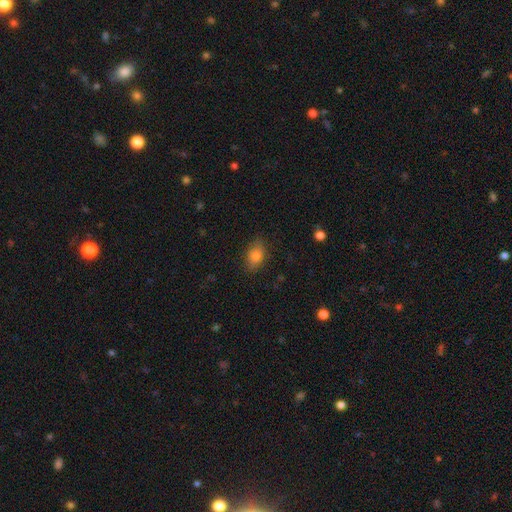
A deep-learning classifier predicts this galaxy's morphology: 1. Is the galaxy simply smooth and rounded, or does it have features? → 82% smooth, 9% featured or disk, 9% star or artifact.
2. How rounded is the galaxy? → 84% in between, 13% round, 3% cigar-shaped.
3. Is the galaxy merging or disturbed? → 82% none, 14% minor disturbance, 3% major disturbance, 1% merger.